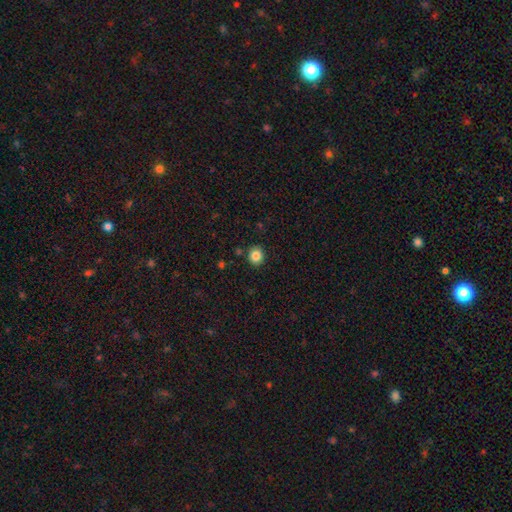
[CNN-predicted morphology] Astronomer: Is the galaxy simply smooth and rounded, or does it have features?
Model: smooth — 84%.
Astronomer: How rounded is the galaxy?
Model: round — 81%.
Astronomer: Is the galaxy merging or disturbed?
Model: none — 89%.